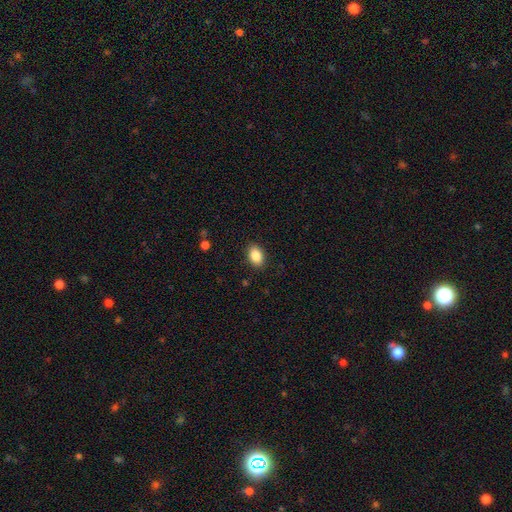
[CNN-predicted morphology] Overall: smooth (87%). How rounded: in between (84%). Merging: none (88%).